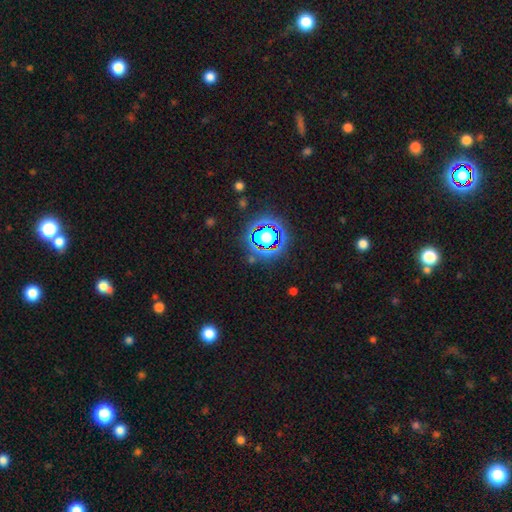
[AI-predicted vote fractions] smooth-or-featured: star or artifact: 79% | smooth: 13% | featured or disk: 8%